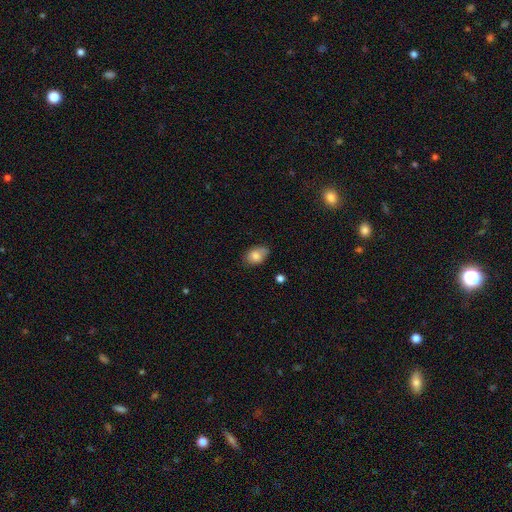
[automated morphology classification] A smooth galaxy with no disk features (80%) that is in between round and cigar-shaped (78%).

Vote fractions:
- Smooth or featured? smooth: 80% / featured or disk: 12% / star or artifact: 8%
- How rounded? in between: 78% / round: 20% / cigar-shaped: 1%
- Merging? none: 63% / minor disturbance: 30% / major disturbance: 5% / merger: 2%